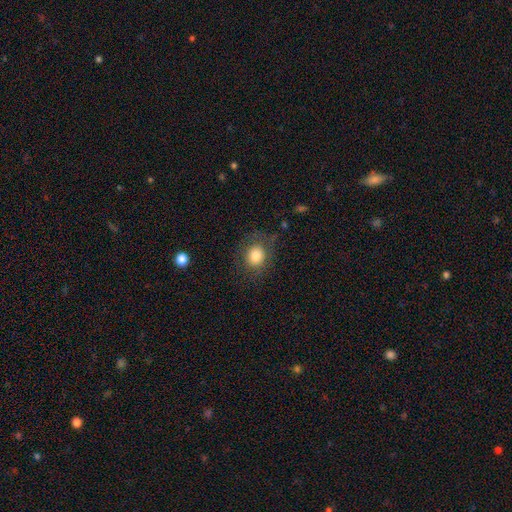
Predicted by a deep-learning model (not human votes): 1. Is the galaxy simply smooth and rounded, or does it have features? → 80% smooth, 11% featured or disk, 9% star or artifact.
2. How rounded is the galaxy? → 67% round, 32% in between, 1% cigar-shaped.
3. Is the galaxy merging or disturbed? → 75% none, 16% minor disturbance, 8% major disturbance, 1% merger.